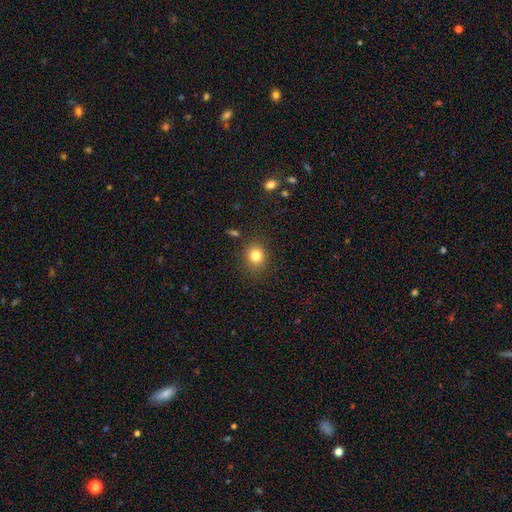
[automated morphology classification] A smooth galaxy with no disk features (82%) that is round (73%). Merging: none (84%).